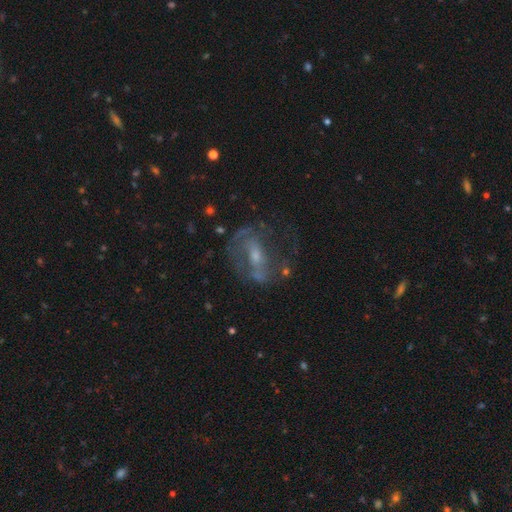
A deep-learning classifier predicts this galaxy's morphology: This is likely a featured or disk galaxy (72%). It is clearly not viewed edge-on (94%). Bar: marginally weak (40%). Spiral arm pattern: likely yes (66%). Central bulge: possibly small (49%). Merging: possibly none (53%).